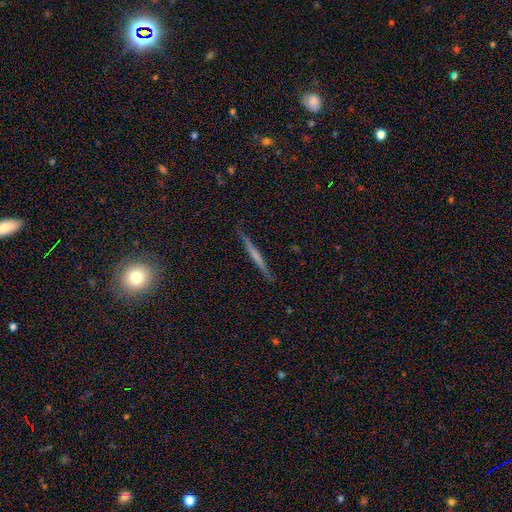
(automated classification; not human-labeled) Smooth or featured: featured or disk — 50% (smooth — 43%)
Edge-on disk: yes — 97% (no — 3%)
Merging: none — 89% (minor disturbance — 8%)